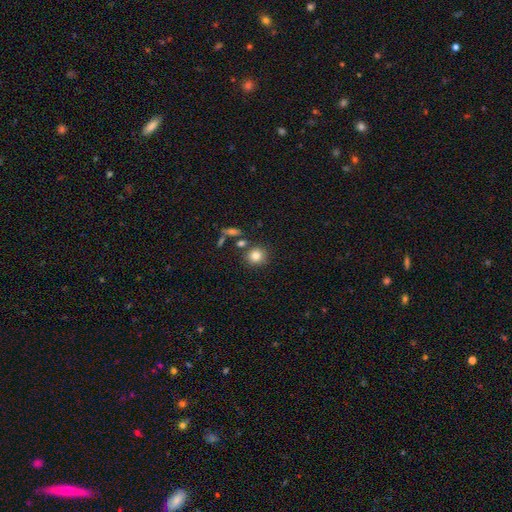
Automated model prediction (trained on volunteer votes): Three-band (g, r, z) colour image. It shows a smooth galaxy with no disk features (82%) that is round (87%). Merging: none (78%).